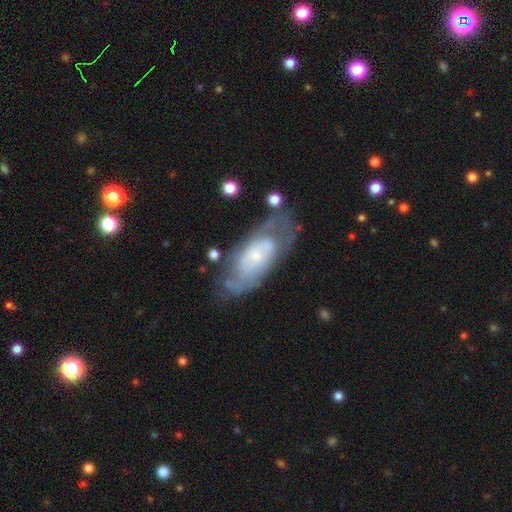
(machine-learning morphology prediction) Q: Smooth or featured?
A: featured or disk (68%); runner-up: smooth (26%)
Q: Edge-on disk?
A: no (90%); runner-up: yes (10%)
Q: Bar?
A: no (67%); runner-up: weak (28%)
Q: Spiral arms?
A: yes (71%); runner-up: no (29%)
Q: Bulge size?
A: small (63%); runner-up: moderate (27%)
Q: Merging?
A: none (59%); runner-up: minor disturbance (23%)